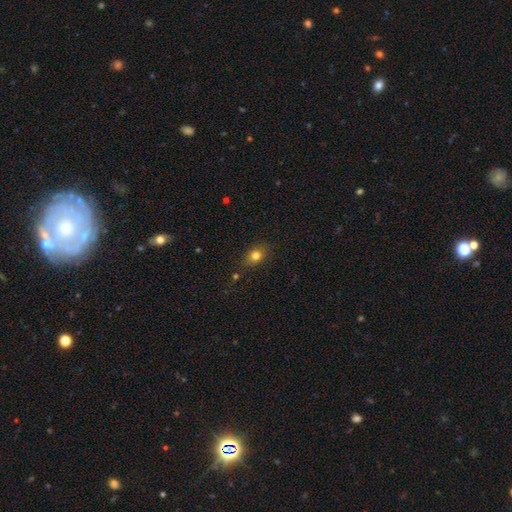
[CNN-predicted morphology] This is likely a smooth galaxy (78%). How rounded: possibly in between (51%). Merging: likely none (78%).